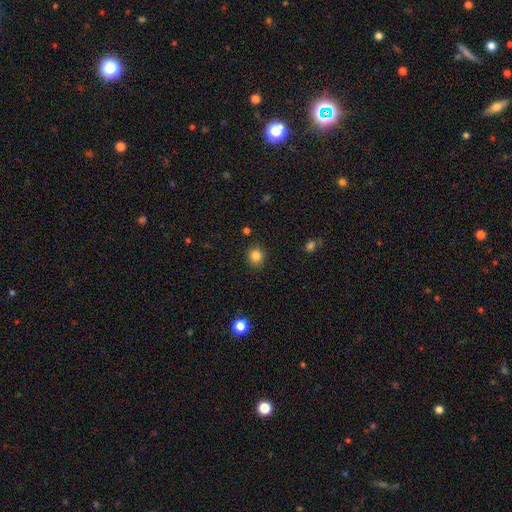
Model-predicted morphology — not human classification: Smooth or featured? Predicted: smooth (p=0.84). How rounded? Predicted: round (p=0.87). Merging? Predicted: none (p=0.88).